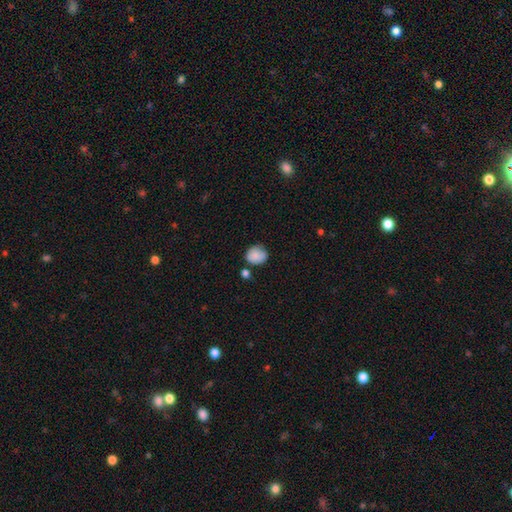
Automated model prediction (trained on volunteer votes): smooth 86%, star or artifact 8%, featured or disk 6%. Down the decision tree: how rounded — round (75%); merging — none (64%).